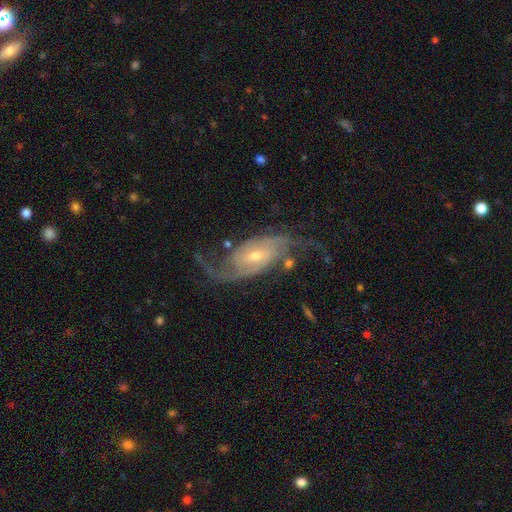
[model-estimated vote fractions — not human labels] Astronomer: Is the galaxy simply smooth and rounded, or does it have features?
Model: featured or disk — 89%.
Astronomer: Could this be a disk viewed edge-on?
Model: no — 95%.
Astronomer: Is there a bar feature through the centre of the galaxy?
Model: no — 43% (runner-up: weak, 42%).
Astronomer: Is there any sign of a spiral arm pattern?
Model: yes — 97%.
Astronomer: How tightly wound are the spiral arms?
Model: medium — 43% (runner-up: loose, 37%).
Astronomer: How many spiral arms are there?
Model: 2 — 81%.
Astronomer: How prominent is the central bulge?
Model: small — 58% (runner-up: moderate, 38%).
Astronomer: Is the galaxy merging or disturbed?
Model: none — 63%.